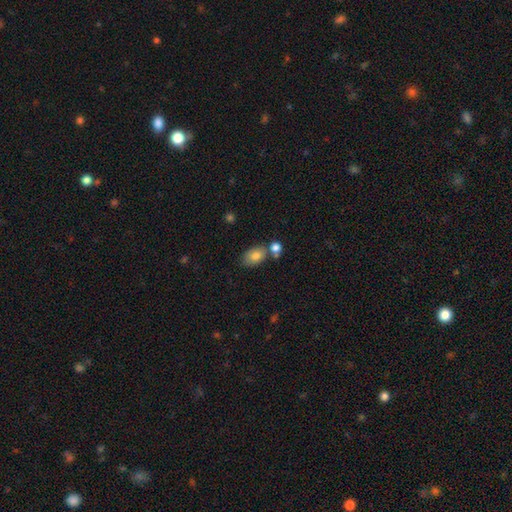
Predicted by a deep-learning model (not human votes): Smooth or featured?
  - smooth: 79% *
  - featured or disk: 13%
  - star or artifact: 8%
How rounded?
  - in between: 86% *
  - round: 12%
  - cigar-shaped: 1%
Merging?
  - none: 56% *
  - merger: 25%
  - minor disturbance: 15%
  - major disturbance: 4%